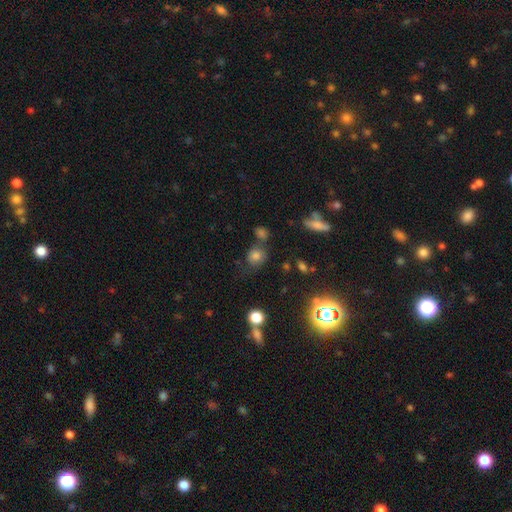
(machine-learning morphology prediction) smooth 74%, star or artifact 17%, featured or disk 9%. Down the decision tree: how rounded — round (74%); merging — none (62%).